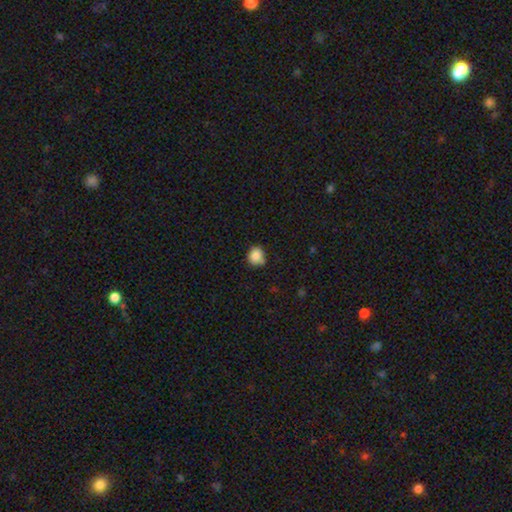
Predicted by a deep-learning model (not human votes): smooth 86%, star or artifact 9%, featured or disk 5%. Down the decision tree: how rounded — round (77%); merging — none (70%).